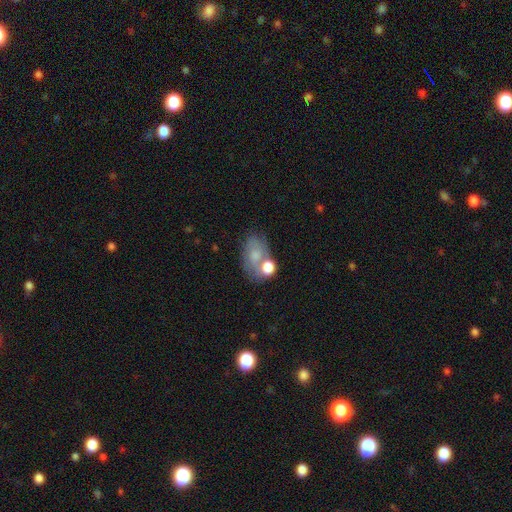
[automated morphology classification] Smooth or featured? Predicted: smooth (p=0.58). How rounded? Predicted: in between (p=0.79). Merging? Predicted: none (p=0.41).